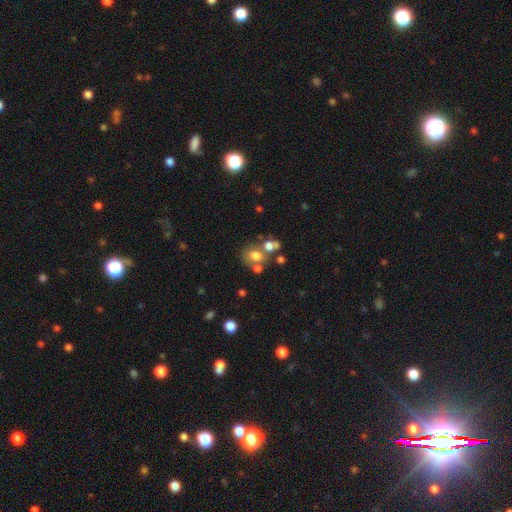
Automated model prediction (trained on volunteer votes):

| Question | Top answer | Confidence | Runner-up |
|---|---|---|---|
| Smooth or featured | smooth | 67% | featured or disk (18%) |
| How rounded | round | 53% | in between (46%) |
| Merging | none | 42% | merger (38%) |